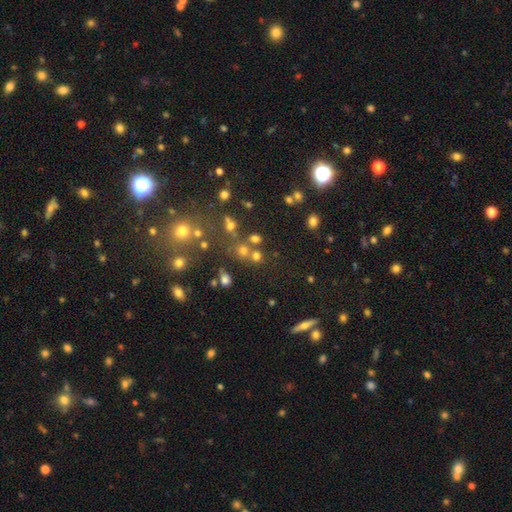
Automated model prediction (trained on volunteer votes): smooth-or-featured: smooth: 45% | star or artifact: 41% | featured or disk: 14%
  merging: none: 67% | merger: 19% | minor disturbance: 9% | major disturbance: 5%